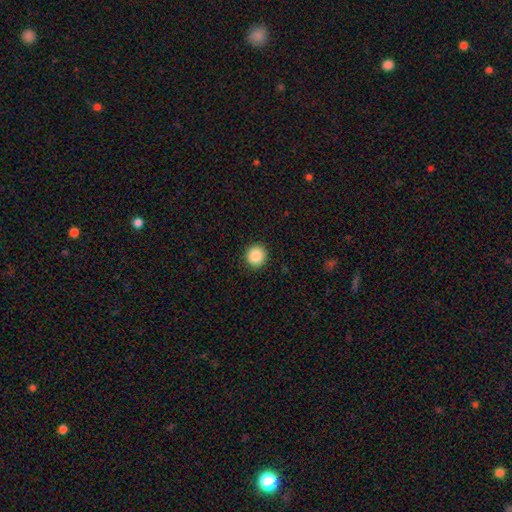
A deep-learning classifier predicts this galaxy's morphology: A smooth galaxy with no disk features (88%) that is round (93%).

Vote fractions:
- Smooth or featured? smooth: 88% / star or artifact: 9% / featured or disk: 4%
- How rounded? round: 93% / in between: 6% / cigar-shaped: 1%
- Merging? none: 92% / minor disturbance: 5% / major disturbance: 2% / merger: 1%